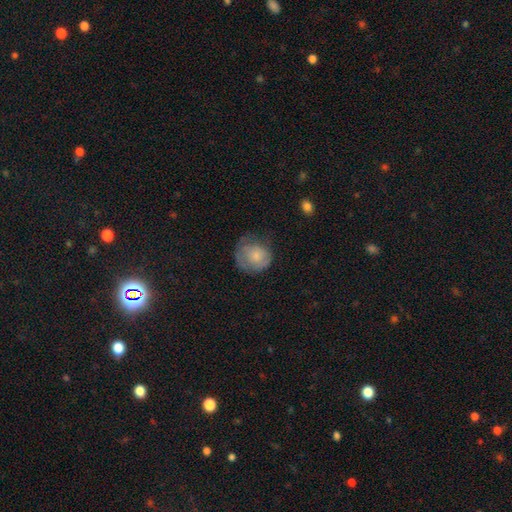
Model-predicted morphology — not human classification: Q: Smooth or featured?
A: smooth (68%); runner-up: featured or disk (25%)
Q: How rounded?
A: round (81%); runner-up: in between (18%)
Q: Merging?
A: none (52%); runner-up: minor disturbance (29%)